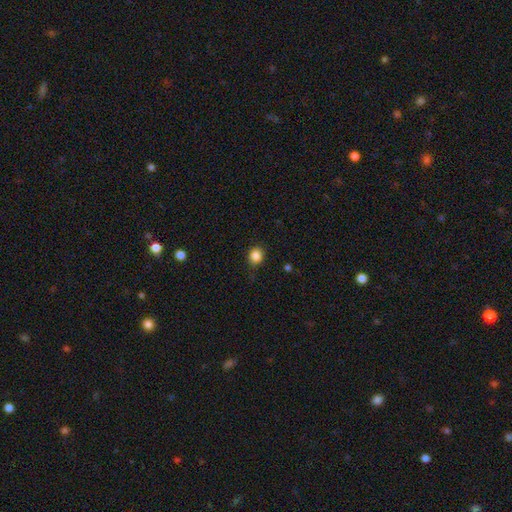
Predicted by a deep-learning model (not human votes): smooth 86%, star or artifact 11%, featured or disk 3%. Down the decision tree: how rounded — round (81%); merging — none (86%).